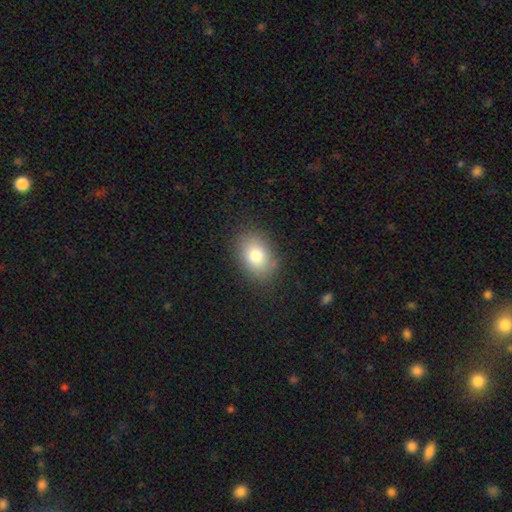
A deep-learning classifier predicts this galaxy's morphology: This is likely a smooth galaxy (79%). How rounded: likely in between (75%). Merging: clearly none (84%).